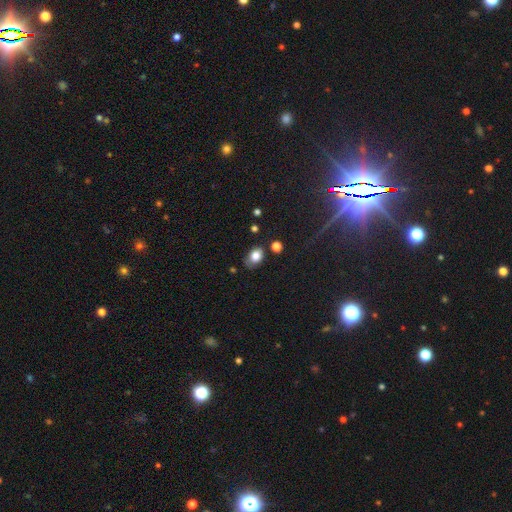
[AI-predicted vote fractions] A smooth galaxy with no disk features (79%) that is in between round and cigar-shaped (75%).

Vote fractions:
- Smooth or featured? smooth: 79% / featured or disk: 10% / star or artifact: 10%
- How rounded? in between: 75% / round: 24% / cigar-shaped: 1%
- Merging? none: 68% / minor disturbance: 22% / major disturbance: 5% / merger: 5%